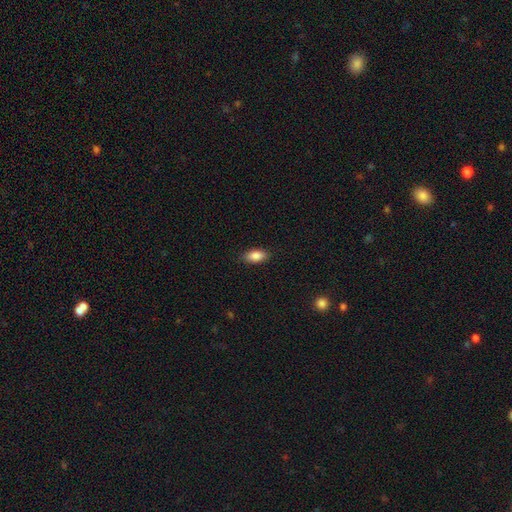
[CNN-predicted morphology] The model was most divided on "merging": none: 87%, minor disturbance: 9%, major disturbance: 2%, merger: 1%. More confident: how rounded — in between (90%); smooth or featured — smooth (87%).